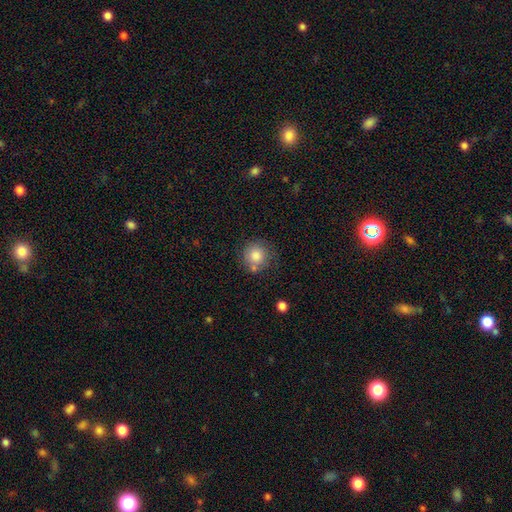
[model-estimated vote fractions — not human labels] Smooth or featured?
  - smooth: 82% *
  - featured or disk: 10%
  - star or artifact: 8%
How rounded?
  - round: 92% *
  - in between: 7%
  - cigar-shaped: 1%
Merging?
  - none: 68% *
  - minor disturbance: 17%
  - merger: 10%
  - major disturbance: 6%